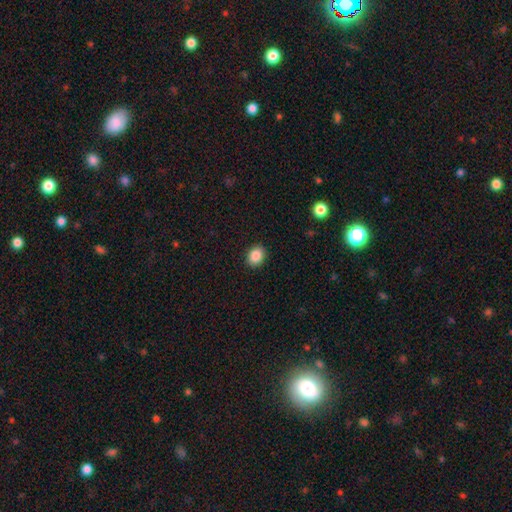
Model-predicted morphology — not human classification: A smooth galaxy with no disk features (87%) that is in between round and cigar-shaped (50%).

Vote fractions:
- Smooth or featured? smooth: 87% / star or artifact: 9% / featured or disk: 4%
- How rounded? in between: 50% / round: 49% / cigar-shaped: 1%
- Merging? none: 91% / minor disturbance: 6% / major disturbance: 2% / merger: 1%